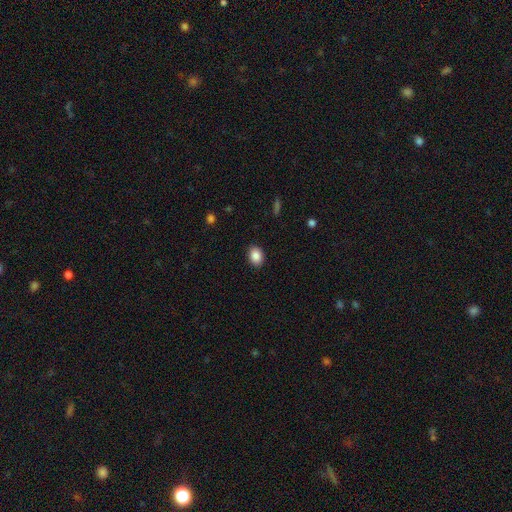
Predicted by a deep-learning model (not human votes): Q: Smooth or featured?
A: smooth (88%); runner-up: star or artifact (8%)
Q: How rounded?
A: in between (70%); runner-up: round (29%)
Q: Merging?
A: none (89%); runner-up: minor disturbance (8%)